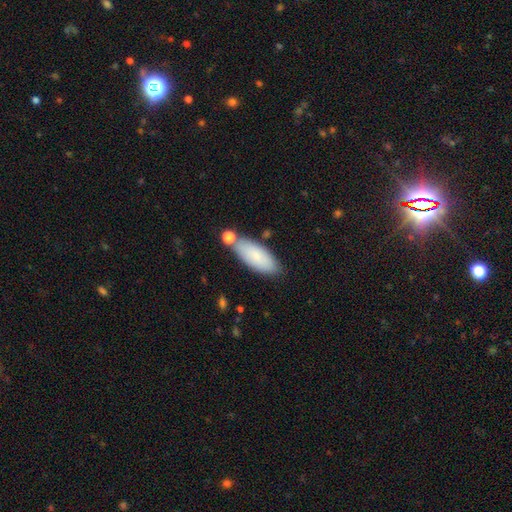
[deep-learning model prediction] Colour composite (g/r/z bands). It shows a smooth galaxy with no disk features (82%) that is in between round and cigar-shaped (78%). Merging: none (71%).